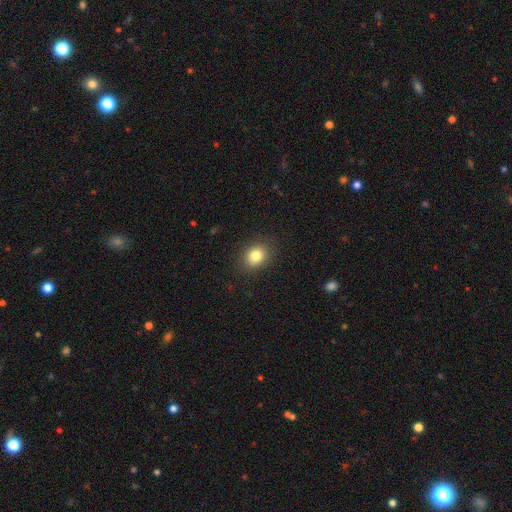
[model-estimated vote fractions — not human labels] Overall: smooth (82%). How rounded: in between (50%; round 49%). Merging: none (87%).